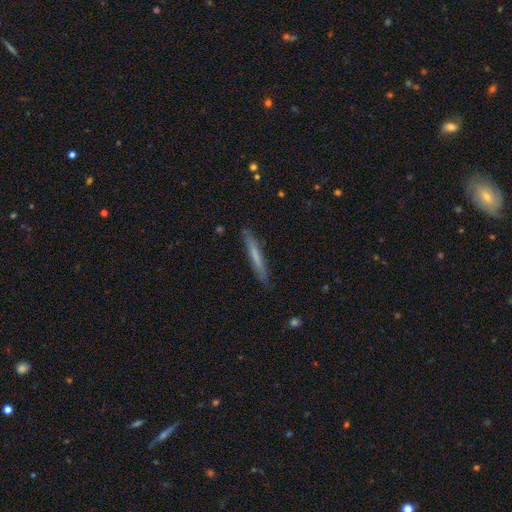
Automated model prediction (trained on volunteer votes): A smooth galaxy with no disk features (60%) that is cigar-shaped (96%). Merging: none (88%).